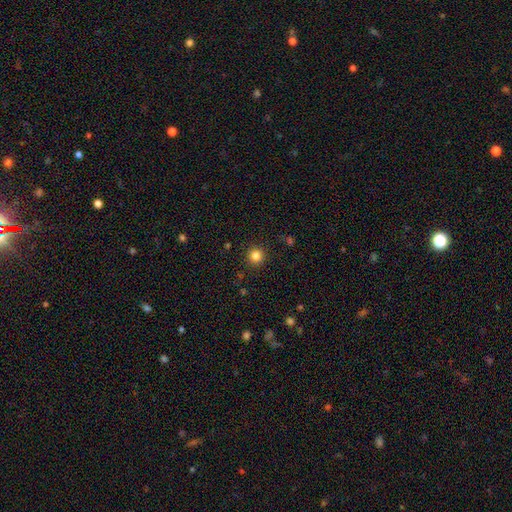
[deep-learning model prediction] This appears to be a smooth galaxy with no disk features (83%) that is round (95%). Merging: none (91%).